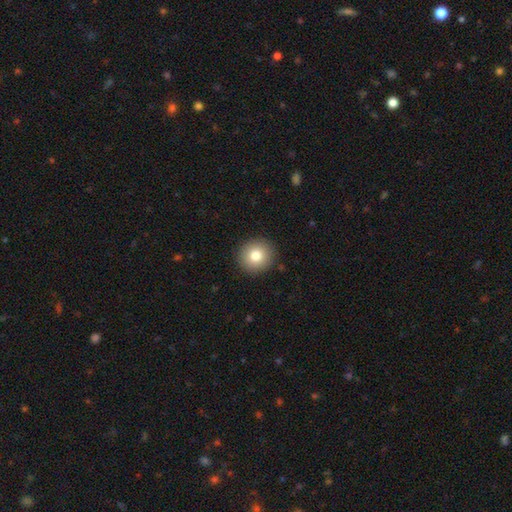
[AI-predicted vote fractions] Smooth or featured? smooth (80%)
How rounded? round (92%)
Merging? none (91%)